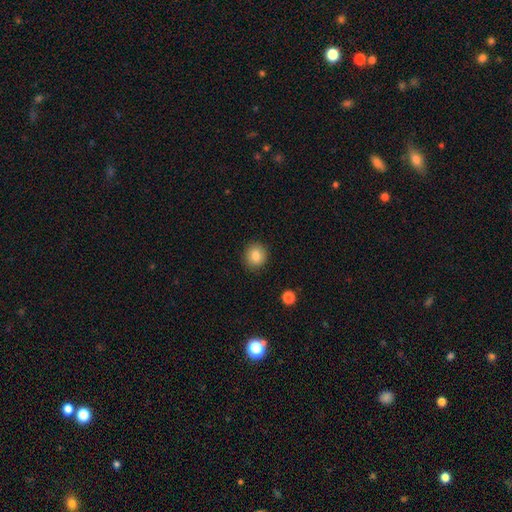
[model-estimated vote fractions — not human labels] Smooth or featured?
  - smooth: 84% *
  - star or artifact: 9%
  - featured or disk: 7%
How rounded?
  - round: 83% *
  - in between: 16%
  - cigar-shaped: 1%
Merging?
  - none: 88% *
  - minor disturbance: 8%
  - major disturbance: 2%
  - merger: 1%